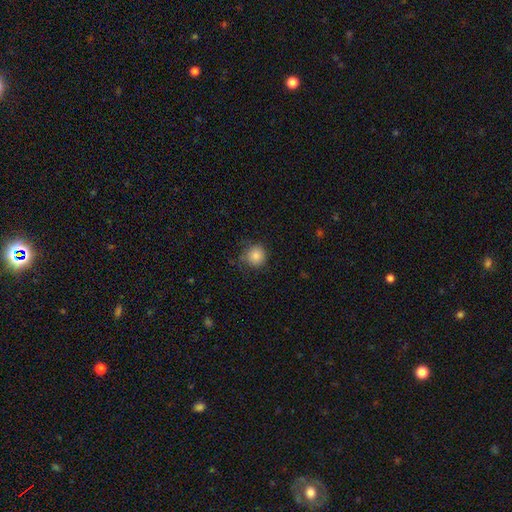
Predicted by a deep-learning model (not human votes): Smooth or featured?
  - smooth: 84% *
  - star or artifact: 10%
  - featured or disk: 6%
How rounded?
  - round: 92% *
  - in between: 7%
  - cigar-shaped: 1%
Merging?
  - none: 73% *
  - minor disturbance: 20%
  - major disturbance: 6%
  - merger: 1%